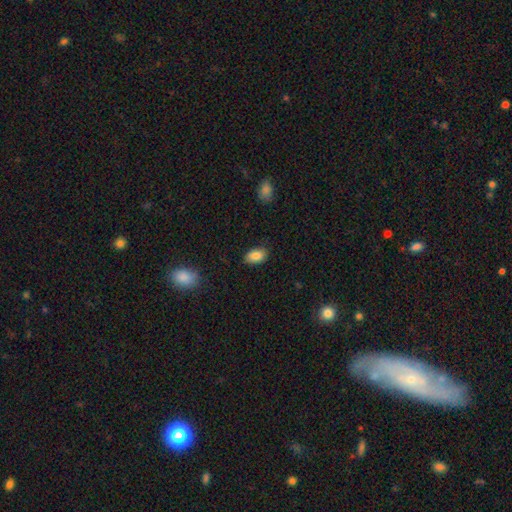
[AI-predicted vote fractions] smooth_or_featured: smooth (p=0.86) [alt: star or artifact p=0.08]
how_rounded: in between (p=0.90) [alt: round p=0.09]
merging: none (p=0.83) [alt: minor disturbance p=0.13]